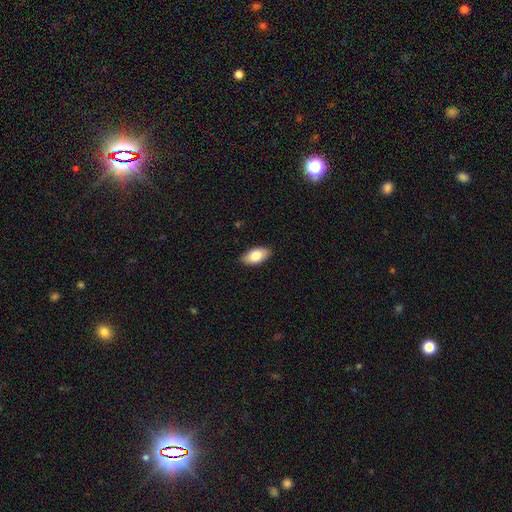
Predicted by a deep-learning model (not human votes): Overall: smooth (81%). How rounded: in between (94%). Merging: none (89%).